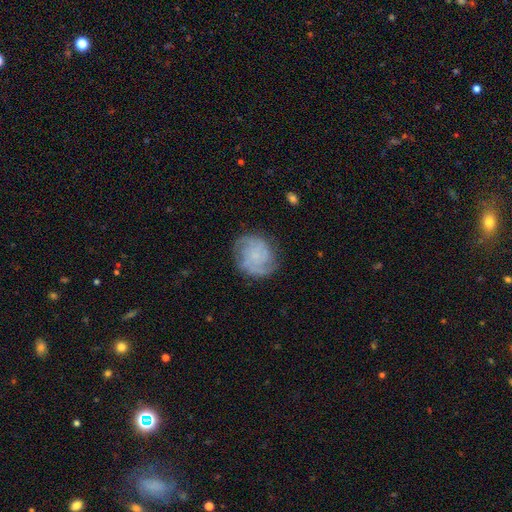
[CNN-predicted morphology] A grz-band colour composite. It shows a featured or disk galaxy (77%) with no bar (73%), 2 (40%) tight (54%) spiral arms (95%) and a small central bulge (55%). Merging: none (76%).